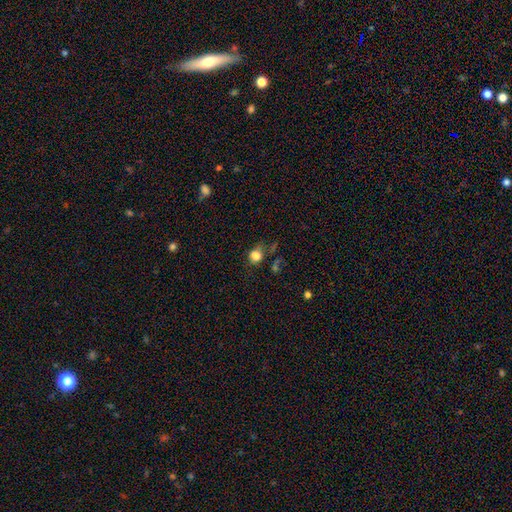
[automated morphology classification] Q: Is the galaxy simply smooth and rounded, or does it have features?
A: smooth — 76%.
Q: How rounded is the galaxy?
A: round — 62%.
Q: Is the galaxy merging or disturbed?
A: none — 46%.